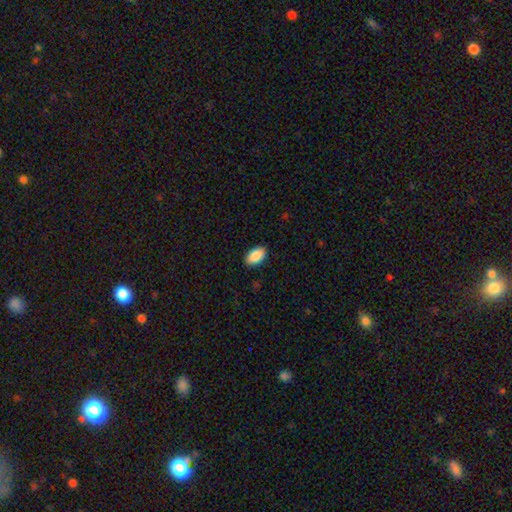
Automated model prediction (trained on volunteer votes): Q: Smooth or featured?
A: smooth (89%); runner-up: star or artifact (7%)
Q: How rounded?
A: in between (94%); runner-up: round (5%)
Q: Merging?
A: none (90%); runner-up: minor disturbance (8%)